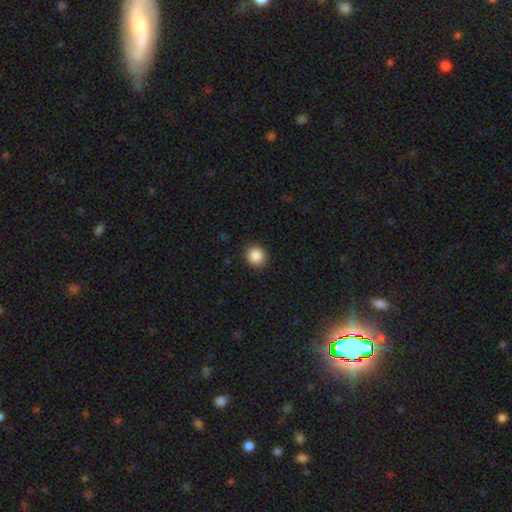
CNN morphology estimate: A smooth galaxy with no disk features (88%) that is round (86%). Merging: none (91%).